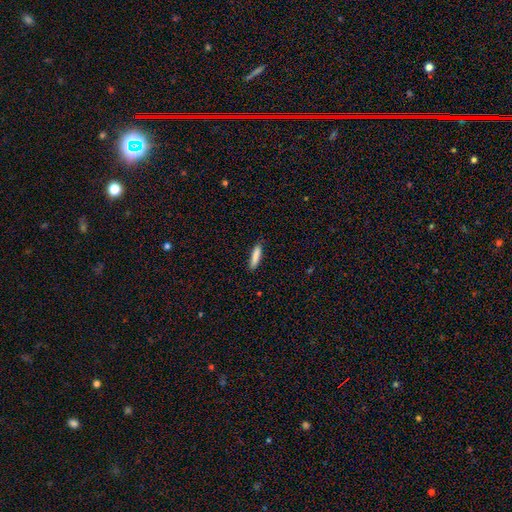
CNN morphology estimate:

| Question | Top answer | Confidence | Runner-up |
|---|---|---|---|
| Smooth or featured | smooth | 86% | featured or disk (8%) |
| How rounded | cigar-shaped | 81% | in between (18%) |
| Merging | none | 86% | minor disturbance (11%) |